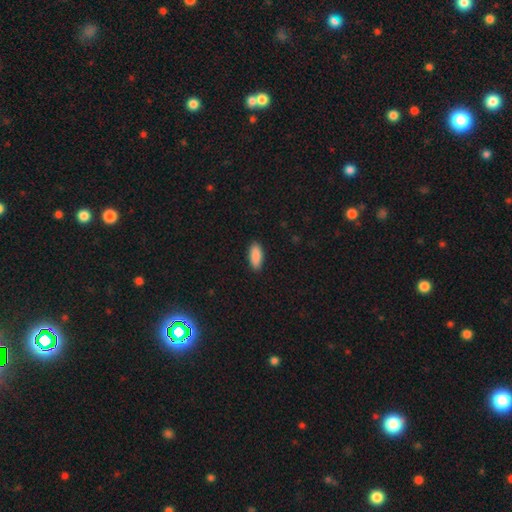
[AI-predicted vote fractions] This is clearly a smooth galaxy (90%). How rounded: likely in between (77%). Merging: clearly none (89%).